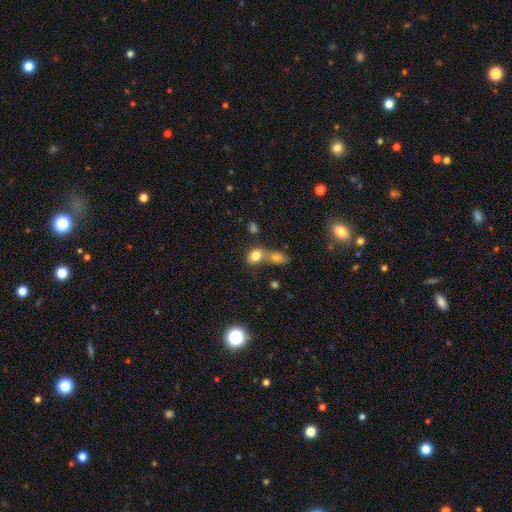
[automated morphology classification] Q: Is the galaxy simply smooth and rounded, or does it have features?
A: smooth — 81%.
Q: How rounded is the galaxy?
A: in between — 60%.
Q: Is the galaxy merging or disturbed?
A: merger — 44%.